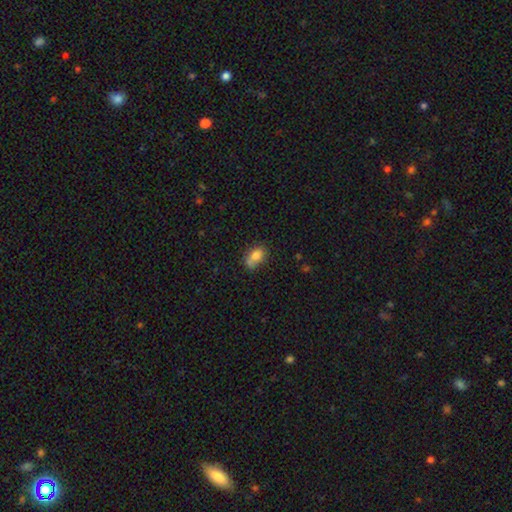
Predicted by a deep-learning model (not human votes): Morphology: type=smooth (78%); roundness=in between (75%); merging=none (42%).